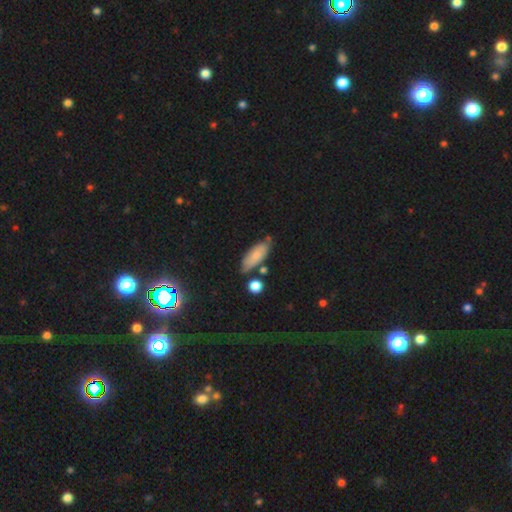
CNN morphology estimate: Smooth or featured? Predicted: smooth (p=0.77). How rounded? Predicted: in between (p=0.72). Merging? Predicted: none (p=0.68).